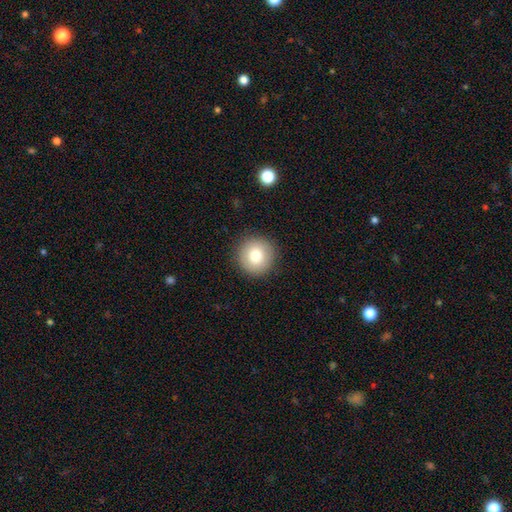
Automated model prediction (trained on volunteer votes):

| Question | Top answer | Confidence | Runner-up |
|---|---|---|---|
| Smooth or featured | smooth | 80% | featured or disk (11%) |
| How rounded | round | 95% | in between (4%) |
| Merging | none | 91% | minor disturbance (6%) |